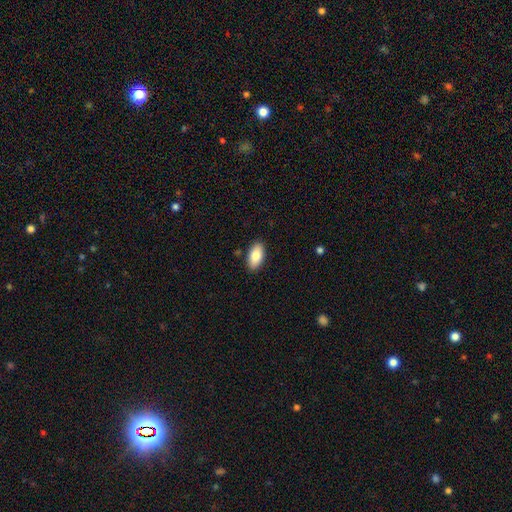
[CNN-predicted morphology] A smooth galaxy with no disk features (84%) that is in between round and cigar-shaped (93%). Merging: none (88%).